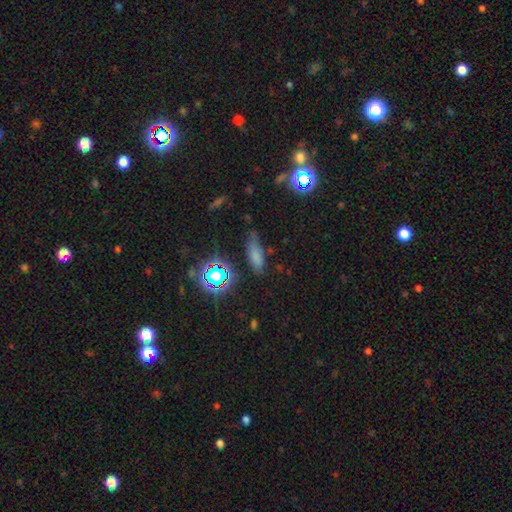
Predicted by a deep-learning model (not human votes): smooth_or_featured: smooth (p=0.67) [alt: star or artifact p=0.22]
how_rounded: in between (p=0.64) [alt: cigar-shaped p=0.31]
merging: none (p=0.63) [alt: minor disturbance p=0.25]